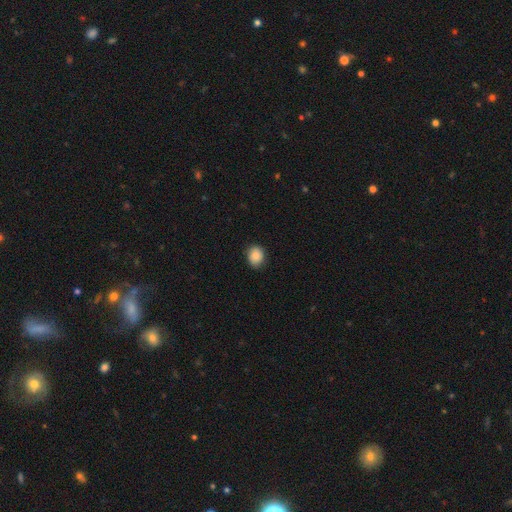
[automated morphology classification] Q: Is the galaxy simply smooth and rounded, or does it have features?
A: smooth — 87%.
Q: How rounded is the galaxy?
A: round — 53%.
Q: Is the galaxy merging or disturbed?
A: none — 83%.